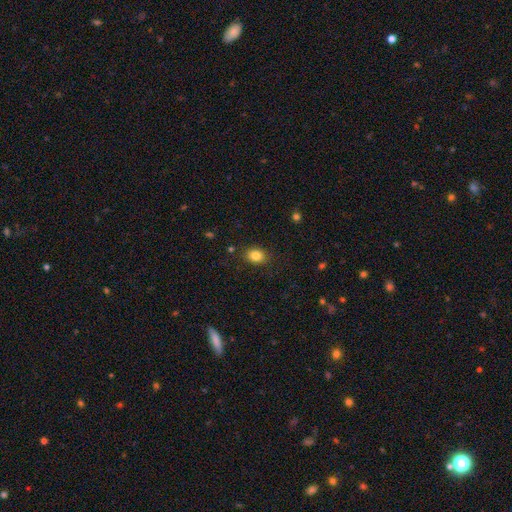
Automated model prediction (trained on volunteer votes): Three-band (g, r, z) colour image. It shows a smooth galaxy with no disk features (83%) that is in between round and cigar-shaped (60%). Merging: none (86%).